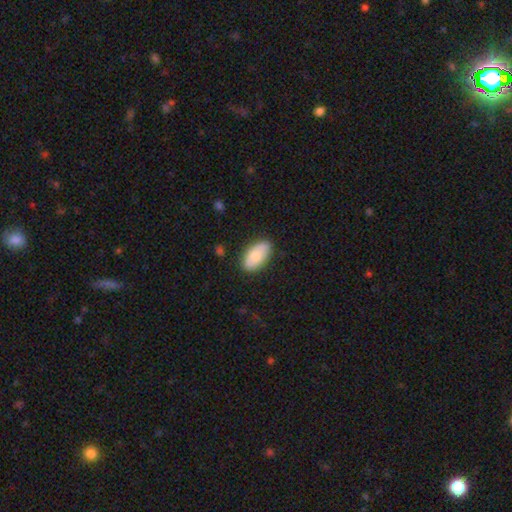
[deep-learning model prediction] This is likely a smooth galaxy (77%). How rounded: clearly in between (94%). Merging: clearly none (83%).